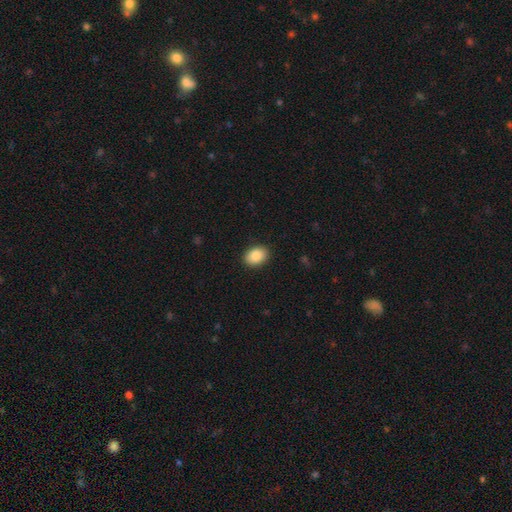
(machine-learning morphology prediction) smooth 89%, star or artifact 7%, featured or disk 4%. Down the decision tree: how rounded — in between (74%); merging — none (90%).